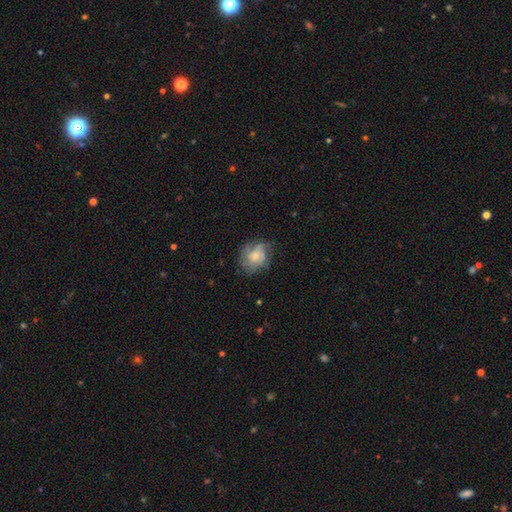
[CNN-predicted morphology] A featured or disk galaxy (62%) with no bar (76%), tight (45%) spiral arms (88%) and a small central bulge (53%). Merging: none (69%).